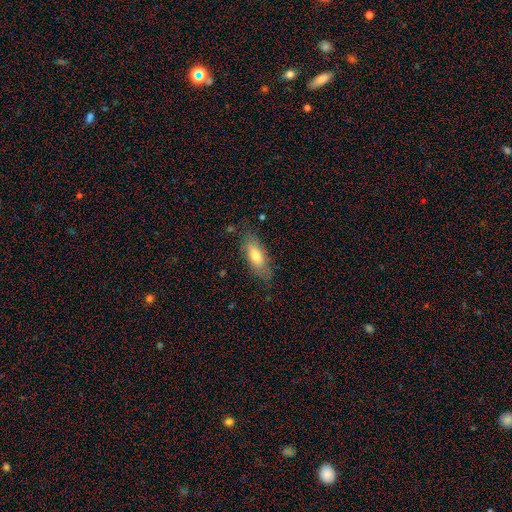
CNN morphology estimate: smooth 70%, featured or disk 24%, star or artifact 7%. Down the decision tree: how rounded — in between (74%); merging — none (75%).